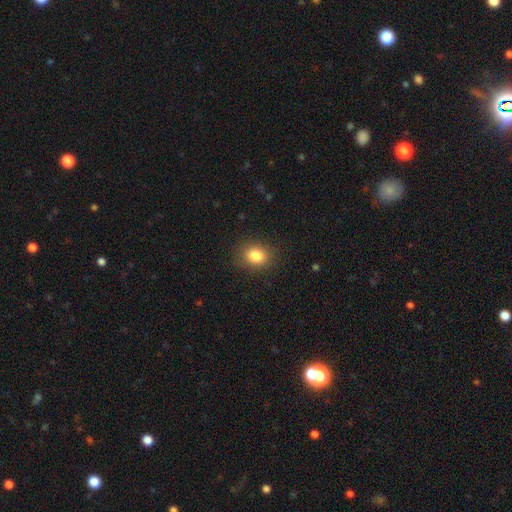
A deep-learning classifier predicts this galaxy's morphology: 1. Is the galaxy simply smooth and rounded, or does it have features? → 83% smooth, 11% star or artifact, 6% featured or disk.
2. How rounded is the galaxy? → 54% in between, 45% round, 1% cigar-shaped.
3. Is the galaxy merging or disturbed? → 86% none, 9% minor disturbance, 3% major disturbance, 1% merger.